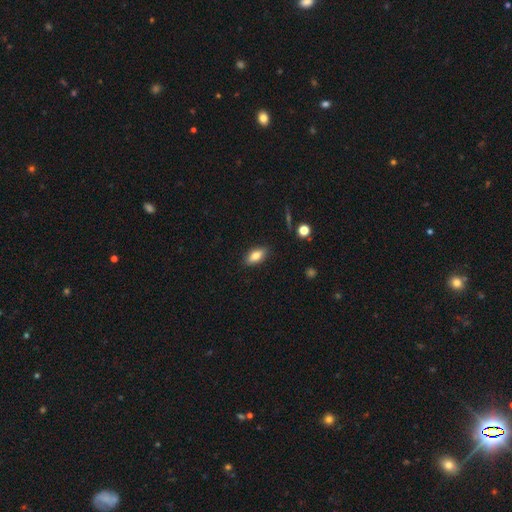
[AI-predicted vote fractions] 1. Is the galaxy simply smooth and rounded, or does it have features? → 79% smooth, 13% featured or disk, 8% star or artifact.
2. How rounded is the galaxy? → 87% in between, 9% cigar-shaped, 4% round.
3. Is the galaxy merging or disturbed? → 86% none, 10% minor disturbance, 2% major disturbance, 1% merger.